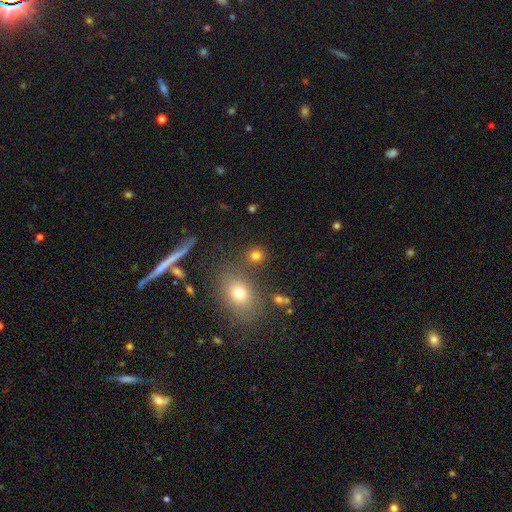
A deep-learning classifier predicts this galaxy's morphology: type=smooth (75%); roundness=round (82%); merging=none (78%).